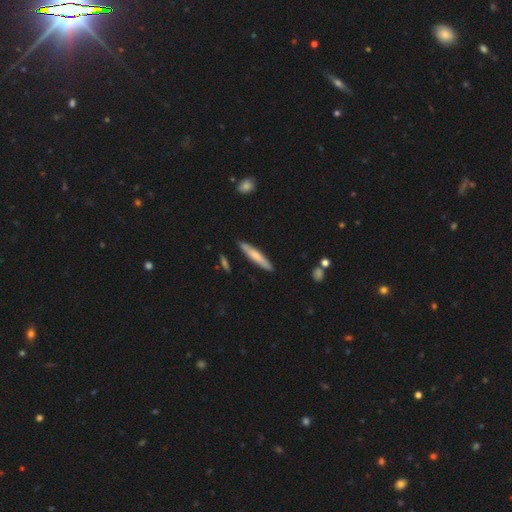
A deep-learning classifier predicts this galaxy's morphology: smooth-or-featured: smooth: 67% | featured or disk: 28% | star or artifact: 5%
  how-rounded: cigar-shaped: 92% | in between: 7% | round: 1%
  merging: none: 87% | minor disturbance: 10% | merger: 2% | major disturbance: 2%